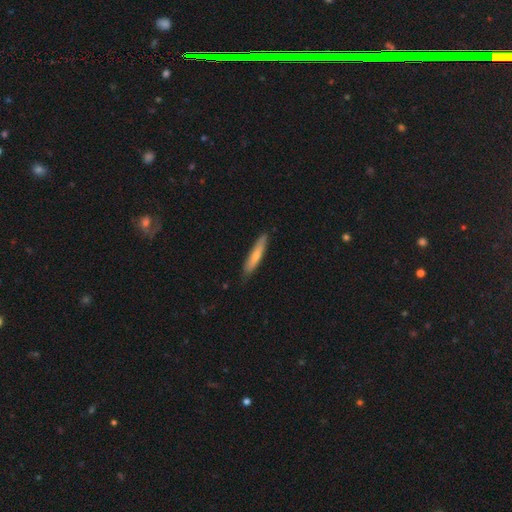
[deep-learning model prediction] smooth_or_featured: smooth (p=0.70) [alt: featured or disk p=0.25]
how_rounded: cigar-shaped (p=0.88) [alt: in between p=0.10]
merging: none (p=0.84) [alt: minor disturbance p=0.13]